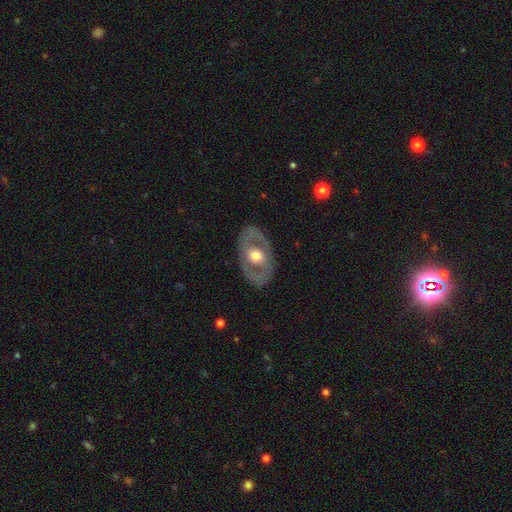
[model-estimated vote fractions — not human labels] A featured or disk galaxy (66%) with no bar (70%), no spiral arms (68%) and a moderate central bulge (65%).

Vote fractions:
- Smooth or featured? featured or disk: 66% / smooth: 30% / star or artifact: 5%
- Edge-on disk? no: 91% / yes: 9%
- Bar? no: 70% / weak: 21% / strong: 9%
- Spiral arms? no: 68% / yes: 32%
- Bulge size? moderate: 65% / large: 24% / small: 8% / dominant: 1% / none: 1%
- Merging? none: 80% / minor disturbance: 13% / major disturbance: 6% / merger: 1%